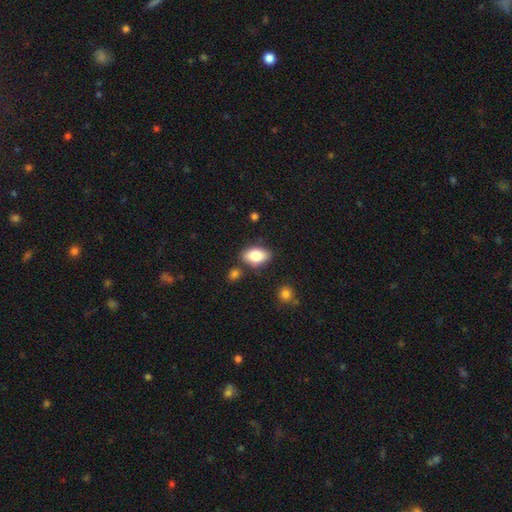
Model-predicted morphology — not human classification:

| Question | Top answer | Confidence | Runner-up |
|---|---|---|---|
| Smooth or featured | smooth | 83% | featured or disk (10%) |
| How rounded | in between | 89% | round (9%) |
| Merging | none | 78% | minor disturbance (13%) |